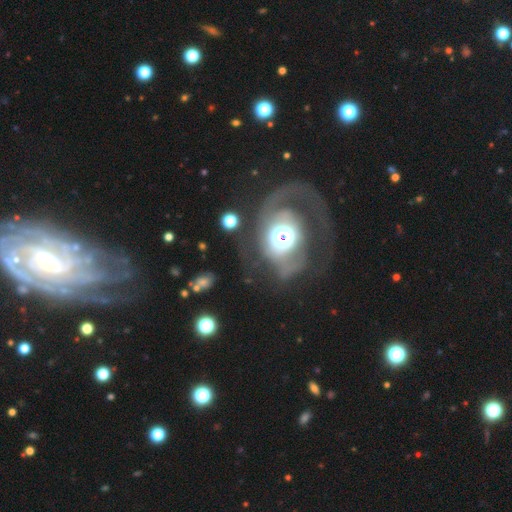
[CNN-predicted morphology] A featured or disk galaxy (77%) with no bar (72%), 1 (35%) tight (44%) spiral arms (78%) and a moderate central bulge (43%).

Vote fractions:
- Smooth or featured? featured or disk: 77% / smooth: 14% / star or artifact: 9%
- Edge-on disk? no: 97% / yes: 3%
- Bar? no: 72% / weak: 19% / strong: 9%
- Spiral arms? yes: 78% / no: 22%
- Spiral winding? tight: 44% / medium: 37% / loose: 19%
- Spiral arm count? 1: 35% / 2: 32% / can't tell: 17% / 3: 7% / 4: 5% / more than 4: 4%
- Bulge size? moderate: 43% / large: 41% / dominant: 8% / small: 6% / none: 2%
- Merging? none: 53% / major disturbance: 26% / minor disturbance: 16% / merger: 5%